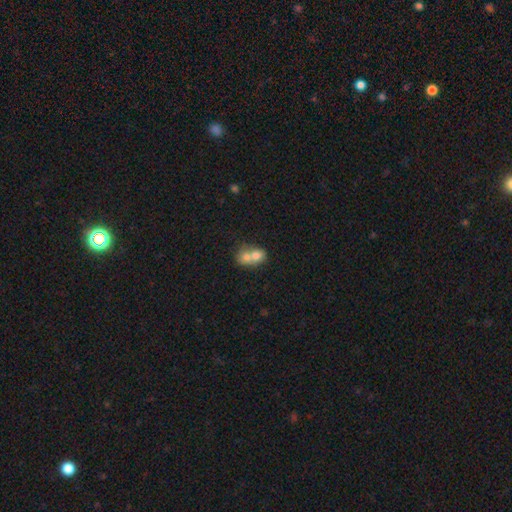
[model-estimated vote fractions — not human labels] Smooth or featured? Predicted: smooth (p=0.70). How rounded? Predicted: round (p=0.55). Merging? Predicted: merger (p=0.77).